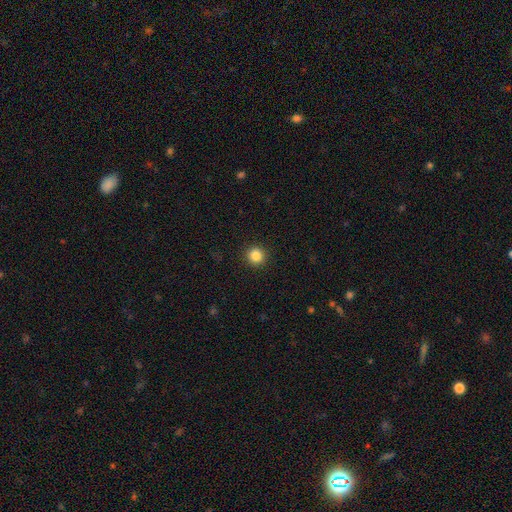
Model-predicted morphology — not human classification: Smooth or featured? smooth (85%)
How rounded? round (94%)
Merging? none (93%)